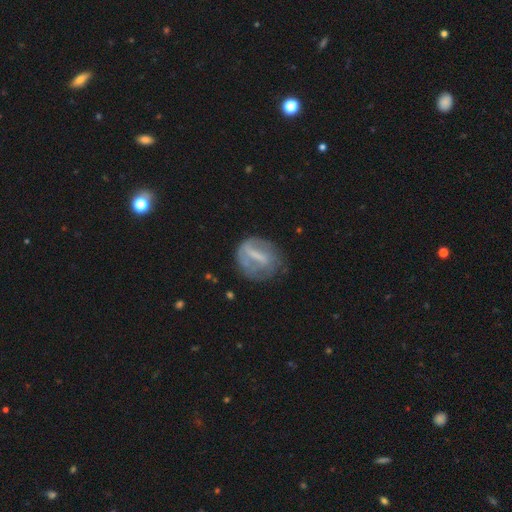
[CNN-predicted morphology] featured or disk 56%, smooth 36%, star or artifact 9%. Down the decision tree: edge-on disk — no (93%); bar — strong (52%); spiral arms — no (54%); bulge size — none (43%); merging — none (57%).